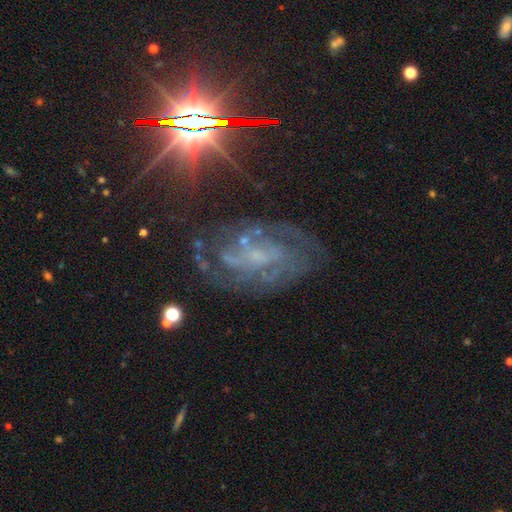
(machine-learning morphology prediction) This is likely a featured or disk galaxy (74%). It is clearly not viewed edge-on (95%). Bar: possibly no (55%). Spiral arm pattern: clearly yes (88%). Spiral arm count: marginally can't tell (40%). Spiral winding: possibly tight (50%). Central bulge: possibly small (54%). Merging: likely none (62%).